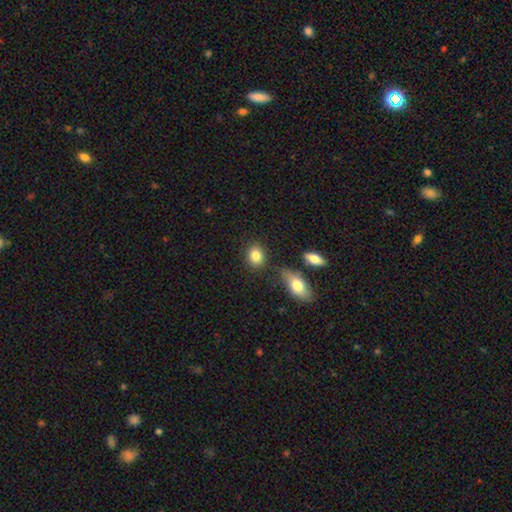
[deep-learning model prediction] A smooth galaxy with no disk features (85%) that is round (54%). Merging: none (81%).